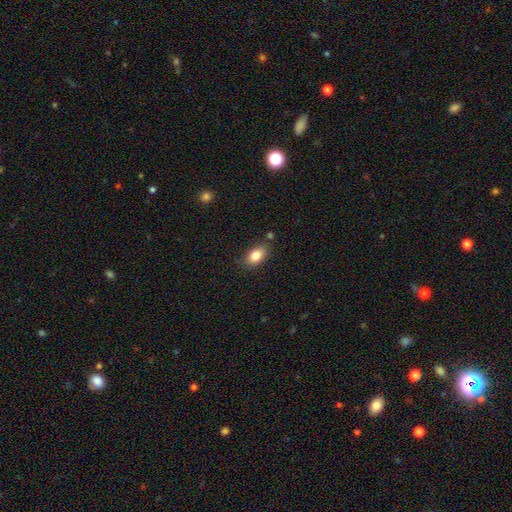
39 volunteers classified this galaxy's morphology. smooth 82%, featured or disk 10%, star or artifact 8%. Down the decision tree: how rounded — in between (88%); merging — none (89%).